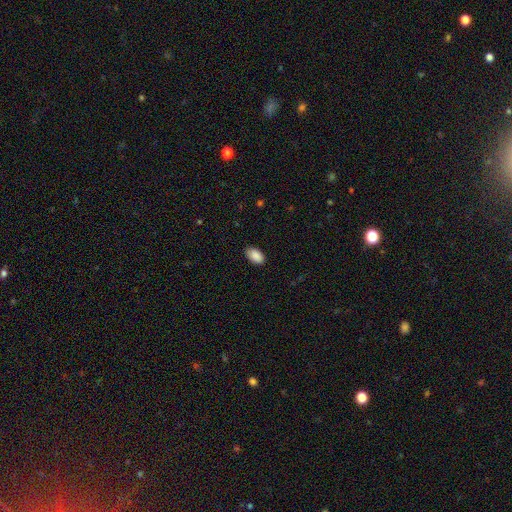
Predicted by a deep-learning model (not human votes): Morphology: type=smooth (90%); roundness=in between (93%); merging=none (84%).